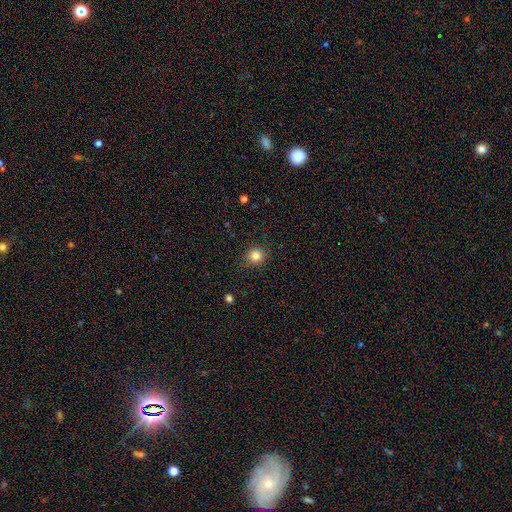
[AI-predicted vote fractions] The model was most divided on "smooth or featured": smooth: 83%, star or artifact: 12%, featured or disk: 5%. More confident: how rounded — round (88%); merging — none (86%).